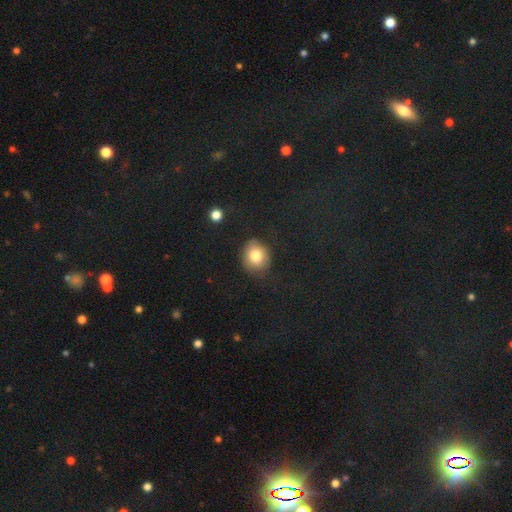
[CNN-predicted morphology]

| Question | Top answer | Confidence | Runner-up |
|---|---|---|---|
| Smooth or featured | smooth | 79% | featured or disk (11%) |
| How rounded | round | 67% | in between (32%) |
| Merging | none | 75% | minor disturbance (18%) |